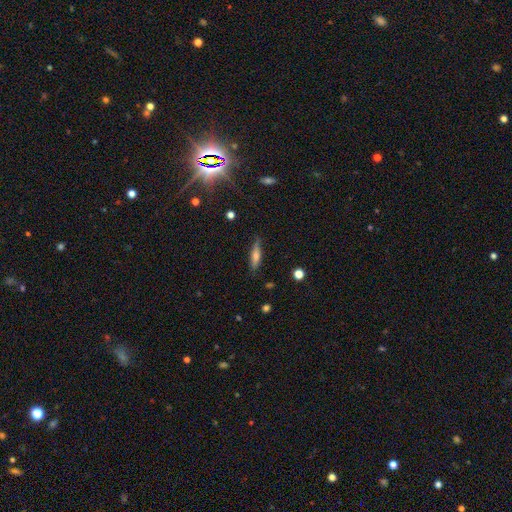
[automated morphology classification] Q: Smooth or featured?
A: smooth (53%); runner-up: featured or disk (38%)
Q: How rounded?
A: cigar-shaped (78%); runner-up: in between (20%)
Q: Merging?
A: none (82%); runner-up: minor disturbance (14%)